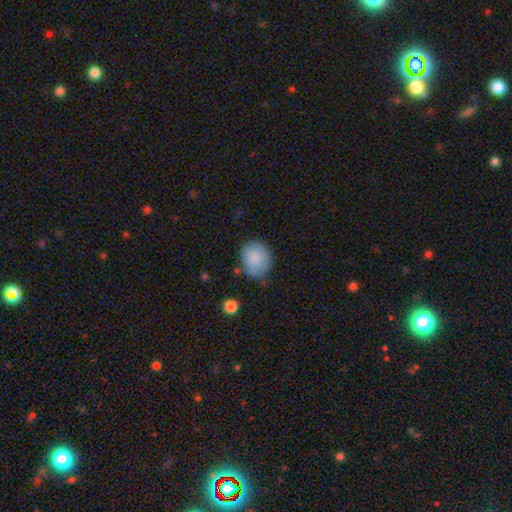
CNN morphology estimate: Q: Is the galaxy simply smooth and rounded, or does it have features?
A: smooth — 87%.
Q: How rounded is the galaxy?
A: round — 68%.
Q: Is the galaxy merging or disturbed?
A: none — 69%.